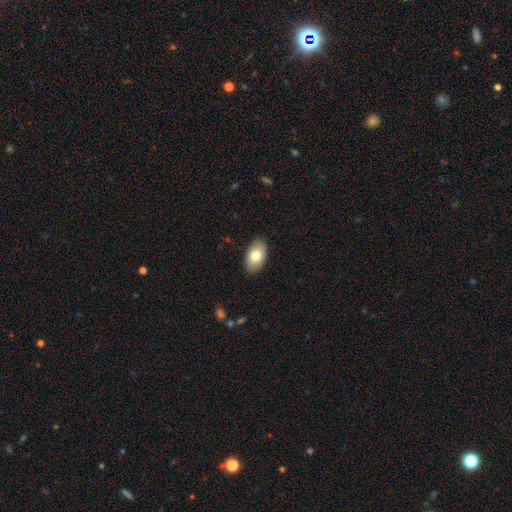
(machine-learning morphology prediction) A smooth galaxy with no disk features (77%) that is in between round and cigar-shaped (94%).

Vote fractions:
- Smooth or featured? smooth: 77% / featured or disk: 16% / star or artifact: 7%
- How rounded? in between: 94% / round: 5% / cigar-shaped: 1%
- Merging? none: 88% / minor disturbance: 9% / major disturbance: 2% / merger: 1%